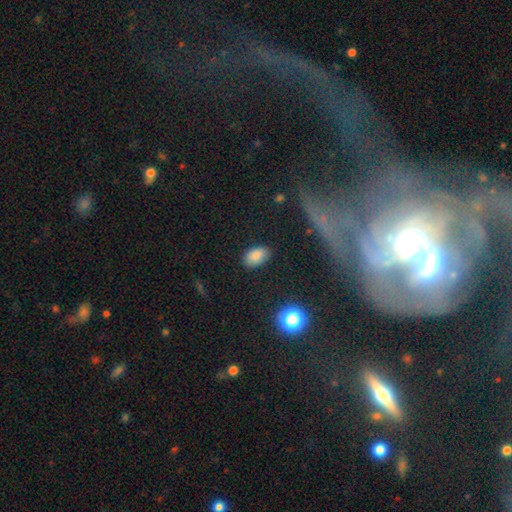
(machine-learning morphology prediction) The model was most divided on "merging": none: 82%, minor disturbance: 13%, major disturbance: 3%, merger: 1%. More confident: how rounded — in between (90%); smooth or featured — smooth (84%).